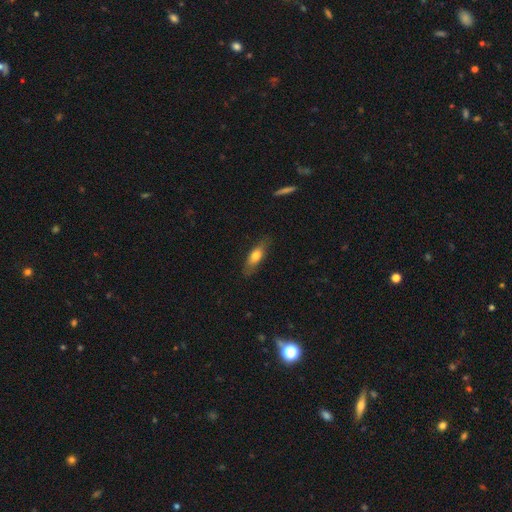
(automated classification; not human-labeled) This appears to be a smooth galaxy with no disk features (67%) that is in between round and cigar-shaped (57%). Merging: none (81%).